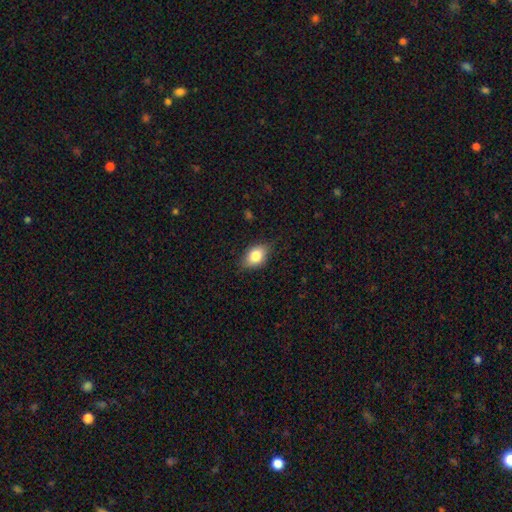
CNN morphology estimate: Smooth or featured?
  - smooth: 81% *
  - featured or disk: 11%
  - star or artifact: 8%
How rounded?
  - in between: 80% *
  - round: 18%
  - cigar-shaped: 2%
Merging?
  - none: 78% *
  - minor disturbance: 18%
  - major disturbance: 3%
  - merger: 1%